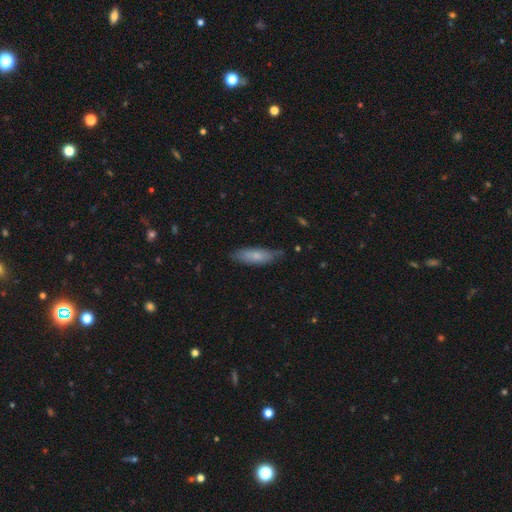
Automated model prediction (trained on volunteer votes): Smooth or featured?
  - smooth: 73% *
  - featured or disk: 21%
  - star or artifact: 6%
How rounded?
  - cigar-shaped: 54% *
  - in between: 44%
  - round: 2%
Merging?
  - none: 70% *
  - minor disturbance: 24%
  - major disturbance: 4%
  - merger: 2%